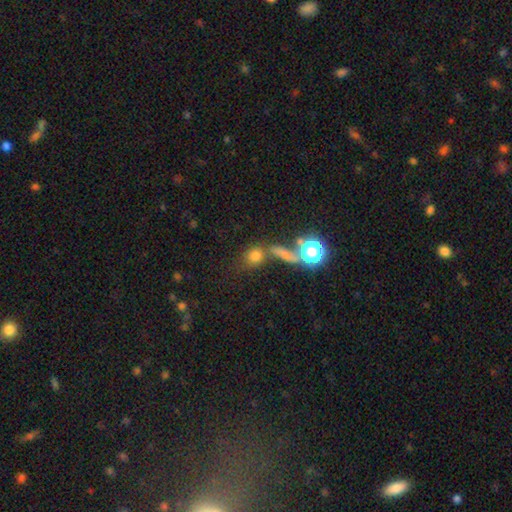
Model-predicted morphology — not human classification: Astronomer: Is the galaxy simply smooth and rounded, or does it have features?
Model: smooth — 65%.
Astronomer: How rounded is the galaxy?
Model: round — 71%.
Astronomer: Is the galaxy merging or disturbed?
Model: none — 50% (runner-up: merger, 31%).